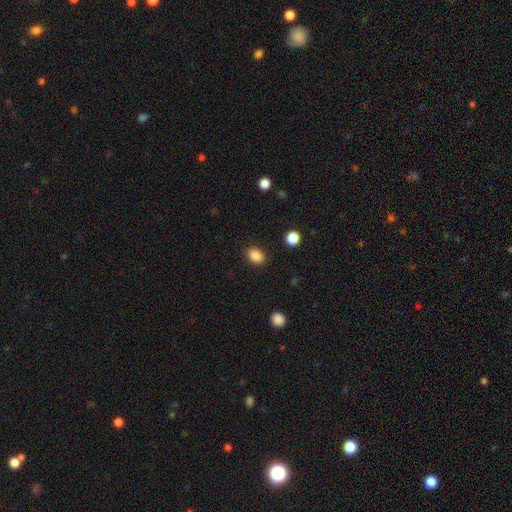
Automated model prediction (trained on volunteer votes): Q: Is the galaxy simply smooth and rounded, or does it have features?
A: smooth — 88%.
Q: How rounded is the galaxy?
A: in between — 60%.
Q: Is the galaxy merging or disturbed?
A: none — 88%.